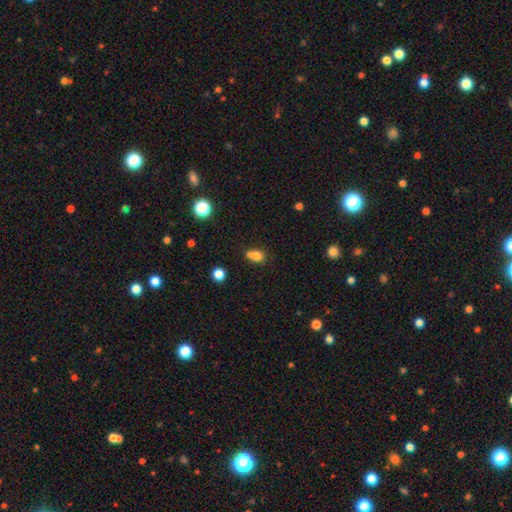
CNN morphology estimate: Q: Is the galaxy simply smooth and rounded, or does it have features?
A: smooth — 77%.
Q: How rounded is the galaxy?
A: round — 50%.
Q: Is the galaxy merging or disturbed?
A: none — 42%.